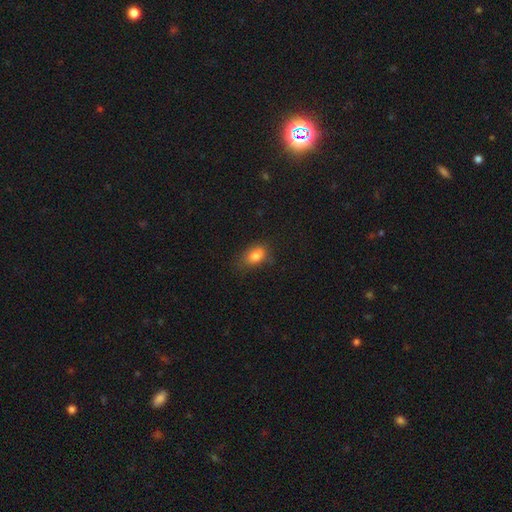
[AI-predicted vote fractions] Overall: smooth (80%). How rounded: in between (82%). Merging: none (68%).